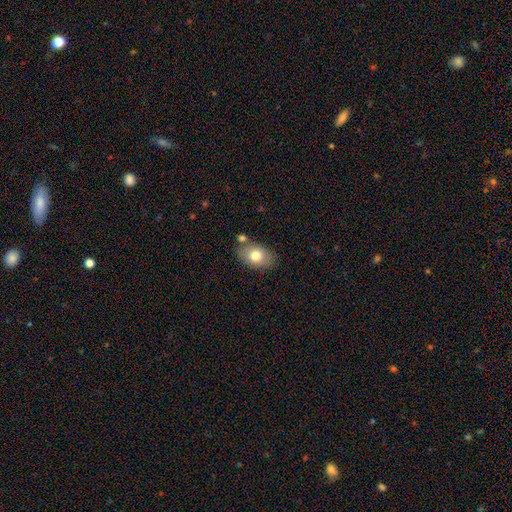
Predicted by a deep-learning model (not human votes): Smooth or featured? smooth (75%)
How rounded? in between (84%)
Merging? none (71%)